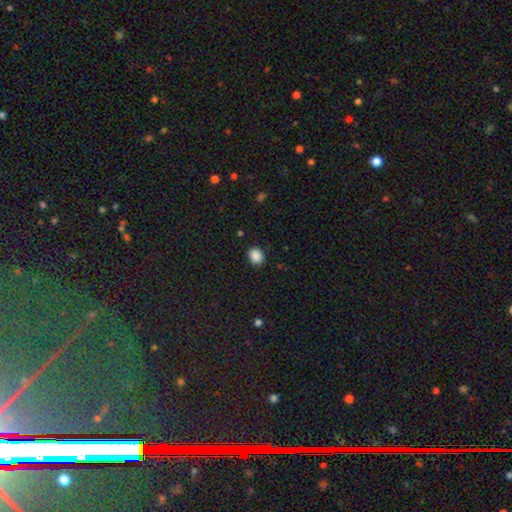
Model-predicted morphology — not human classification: This appears to be a smooth galaxy with no disk features (88%) that is round (56%). Merging: none (89%).